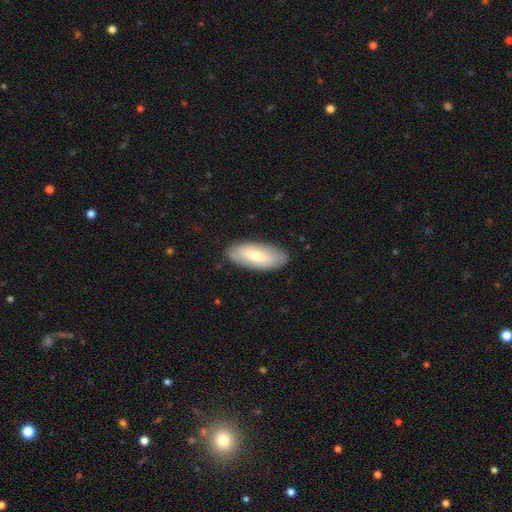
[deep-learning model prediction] smooth 62%, featured or disk 33%, star or artifact 6%. Down the decision tree: how rounded — in between (83%); merging — none (87%).